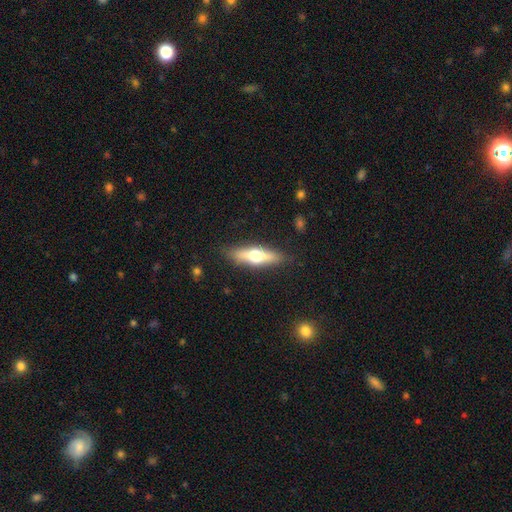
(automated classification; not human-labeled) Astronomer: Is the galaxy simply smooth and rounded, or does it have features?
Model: featured or disk — 50% (runner-up: smooth, 44%).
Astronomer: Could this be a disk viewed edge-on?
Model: yes — 89%.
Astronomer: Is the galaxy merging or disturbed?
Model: none — 86%.